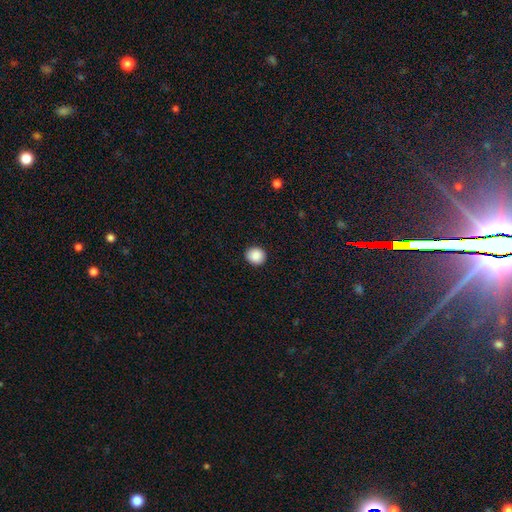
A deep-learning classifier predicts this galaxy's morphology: Smooth or featured: smooth — 89% (star or artifact — 8%)
How rounded: round — 87% (in between — 12%)
Merging: none — 92% (minor disturbance — 6%)